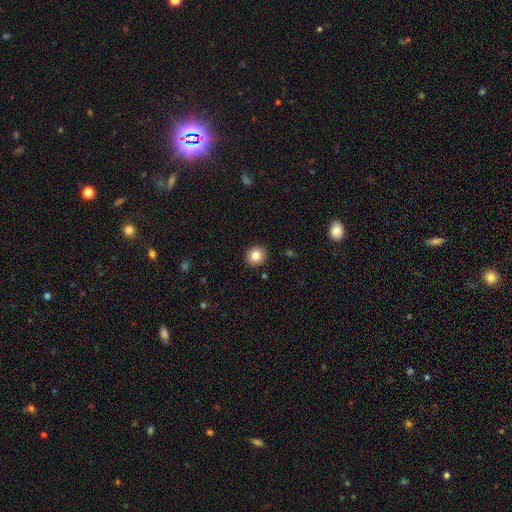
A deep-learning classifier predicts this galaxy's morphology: smooth 83%, star or artifact 10%, featured or disk 7%. Down the decision tree: how rounded — round (87%); merging — none (92%).